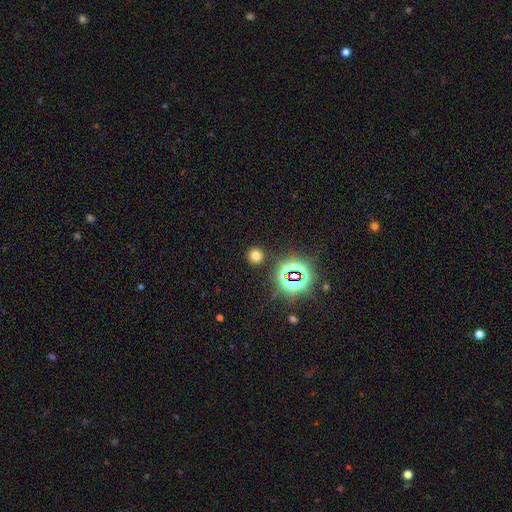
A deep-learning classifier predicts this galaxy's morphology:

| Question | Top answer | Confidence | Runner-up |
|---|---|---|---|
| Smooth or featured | smooth | 67% | star or artifact (27%) |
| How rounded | round | 91% | in between (8%) |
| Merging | none | 89% | minor disturbance (6%) |